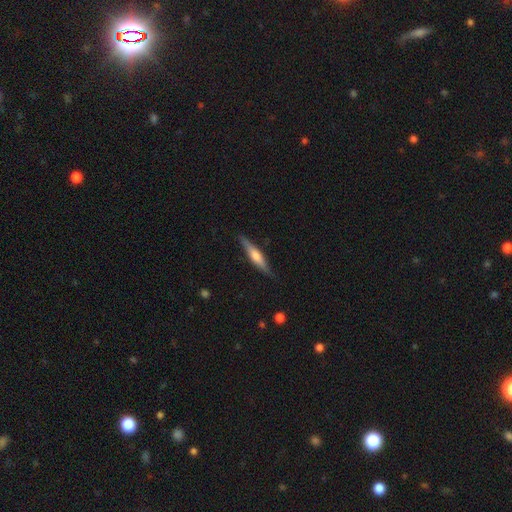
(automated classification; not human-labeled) Morphology: type=featured or disk (49%); merging=none (86%).